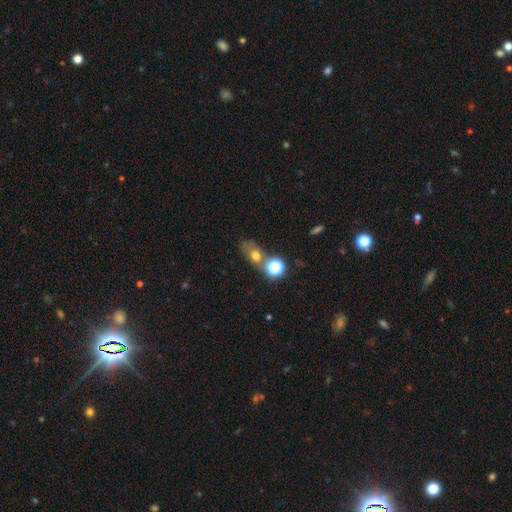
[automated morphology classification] Smooth or featured?
  - smooth: 63% *
  - star or artifact: 22%
  - featured or disk: 16%
How rounded?
  - in between: 53% *
  - round: 43%
  - cigar-shaped: 3%
Merging?
  - none: 42% *
  - merger: 31%
  - minor disturbance: 15%
  - major disturbance: 12%